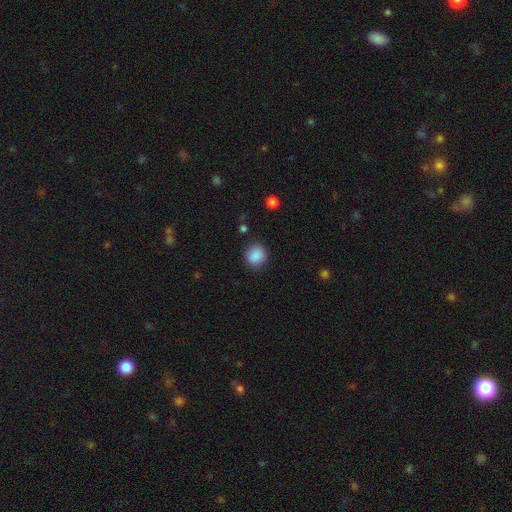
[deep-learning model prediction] smooth 88%, star or artifact 9%, featured or disk 3%. Down the decision tree: how rounded — round (86%); merging — none (86%).